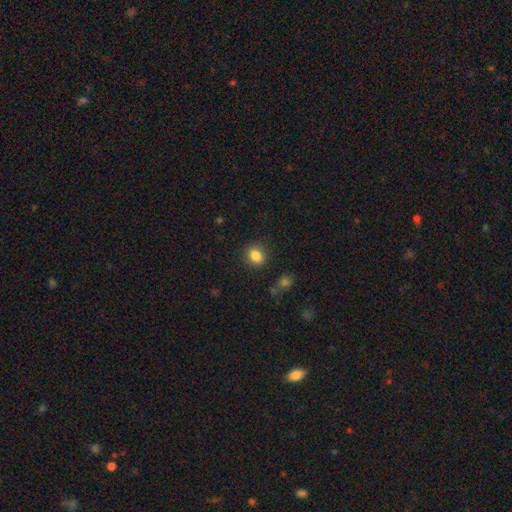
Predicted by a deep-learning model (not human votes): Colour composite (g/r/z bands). It shows a smooth galaxy with no disk features (84%) that is in between round and cigar-shaped (51%). Merging: none (86%).